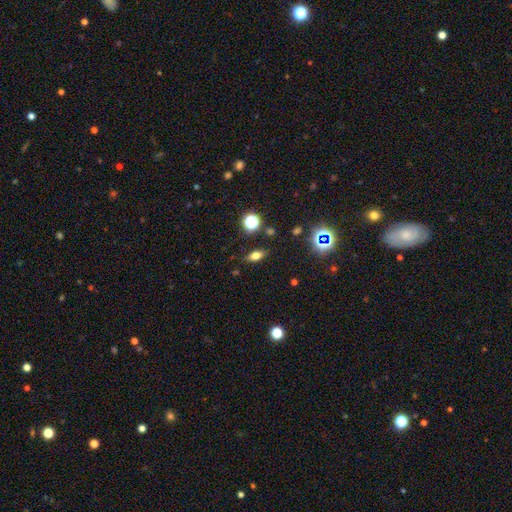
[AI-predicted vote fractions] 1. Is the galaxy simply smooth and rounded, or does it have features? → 66% smooth, 18% star or artifact, 16% featured or disk.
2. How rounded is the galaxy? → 74% in between, 14% cigar-shaped, 12% round.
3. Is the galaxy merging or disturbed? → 85% none, 10% minor disturbance, 3% major disturbance, 2% merger.